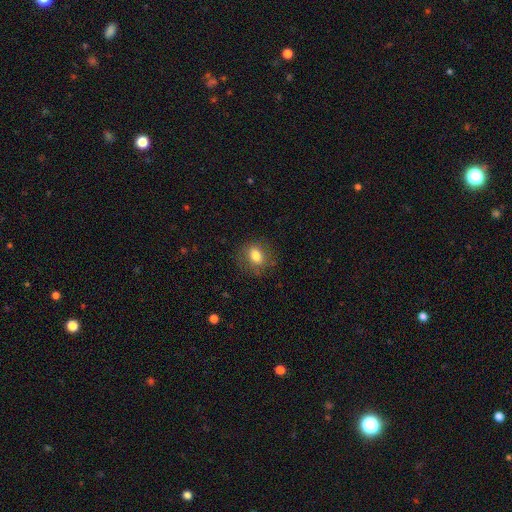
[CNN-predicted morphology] Smooth or featured? Predicted: smooth (p=0.78). How rounded? Predicted: in between (p=0.57). Merging? Predicted: none (p=0.77).